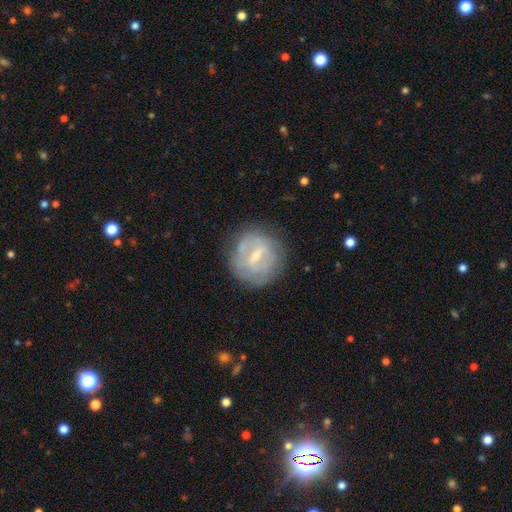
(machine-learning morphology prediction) Smooth or featured?
  - featured or disk: 59% *
  - smooth: 34%
  - star or artifact: 7%
Edge-on disk?
  - no: 96% *
  - yes: 4%
Bar?
  - weak: 54% *
  - strong: 28%
  - no: 18%
Spiral arms?
  - yes: 52% *
  - no: 48%
Bulge size?
  - small: 51% *
  - moderate: 36%
  - none: 10%
  - large: 2%
  - dominant: 1%
Merging?
  - none: 73% *
  - minor disturbance: 18%
  - major disturbance: 8%
  - merger: 2%